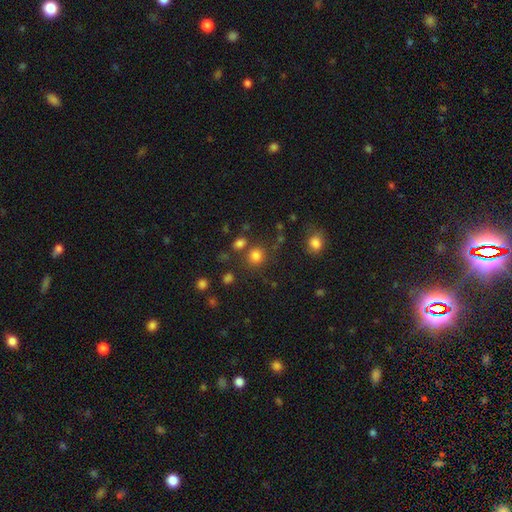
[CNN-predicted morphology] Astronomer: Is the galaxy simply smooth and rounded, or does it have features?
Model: smooth — 80%.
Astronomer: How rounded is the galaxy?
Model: round — 87%.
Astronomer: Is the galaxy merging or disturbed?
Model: none — 75%.